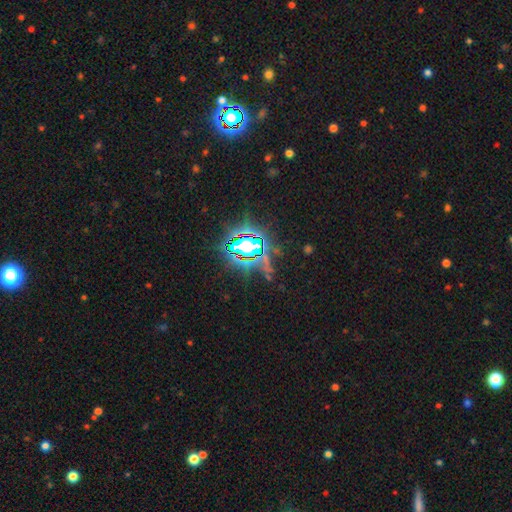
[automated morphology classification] type=star or artifact (86%).